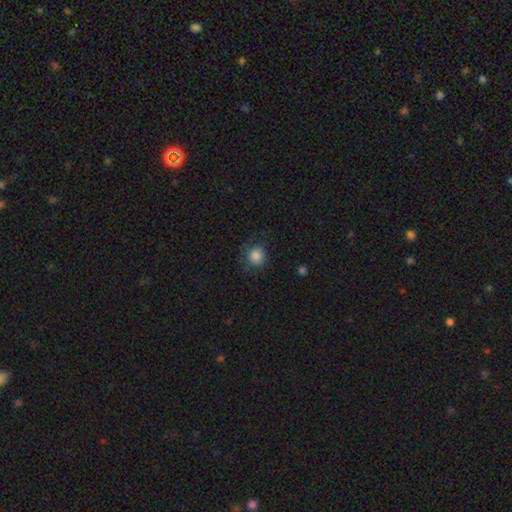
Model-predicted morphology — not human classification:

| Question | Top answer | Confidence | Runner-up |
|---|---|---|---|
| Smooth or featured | smooth | 85% | star or artifact (9%) |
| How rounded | round | 90% | in between (9%) |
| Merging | none | 75% | minor disturbance (16%) |